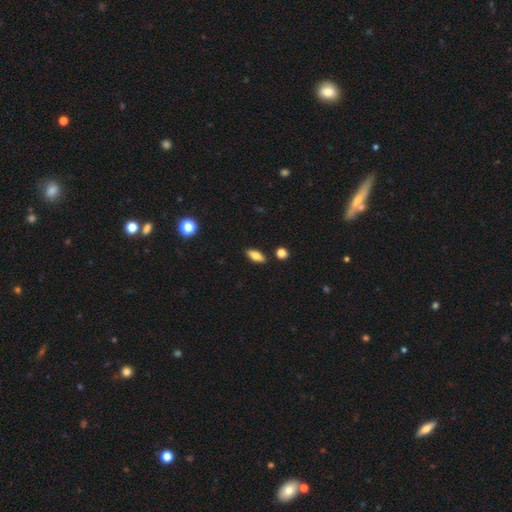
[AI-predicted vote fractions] Q: Smooth or featured?
A: smooth (77%); runner-up: featured or disk (16%)
Q: How rounded?
A: in between (80%); runner-up: cigar-shaped (17%)
Q: Merging?
A: none (87%); runner-up: minor disturbance (8%)